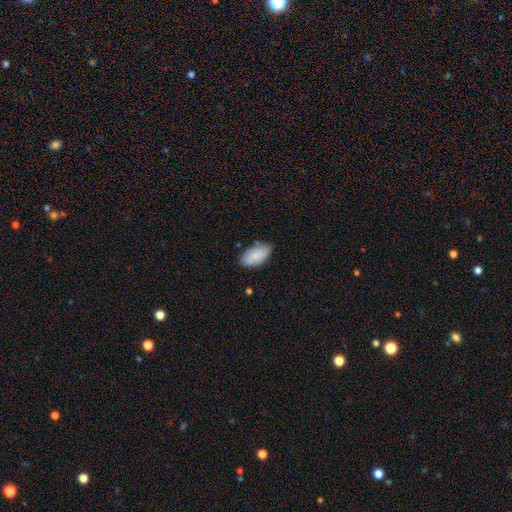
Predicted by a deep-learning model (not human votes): smooth-or-featured: smooth: 76% | featured or disk: 17% | star or artifact: 7%
  how-rounded: in between: 94% | round: 4% | cigar-shaped: 2%
  merging: none: 69% | minor disturbance: 25% | major disturbance: 4% | merger: 2%